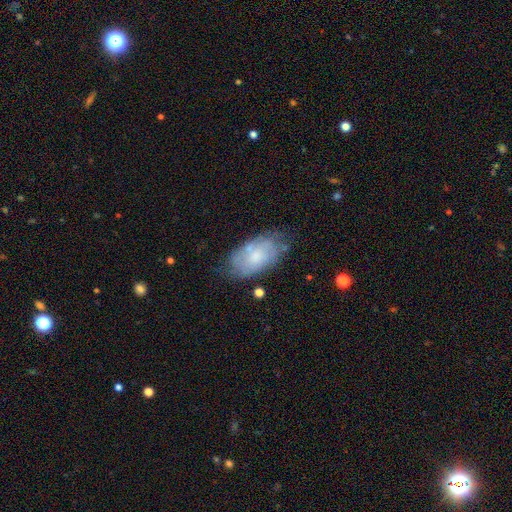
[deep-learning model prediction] The model was most divided on "smooth or featured": smooth: 53%, featured or disk: 40%, star or artifact: 8%. More confident: how rounded — in between (94%); merging — none (59%).